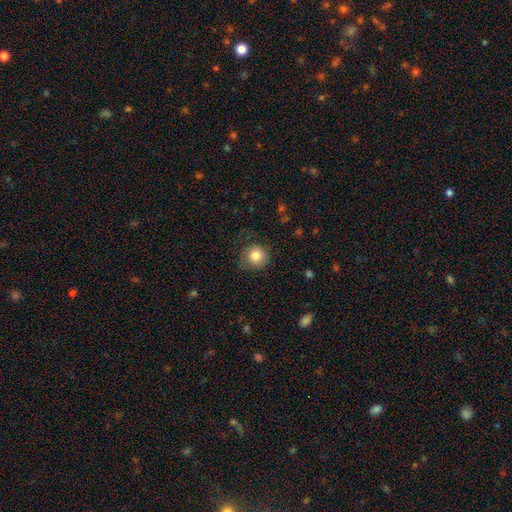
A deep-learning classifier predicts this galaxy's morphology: Overall: smooth (83%). How rounded: round (92%). Merging: none (77%).